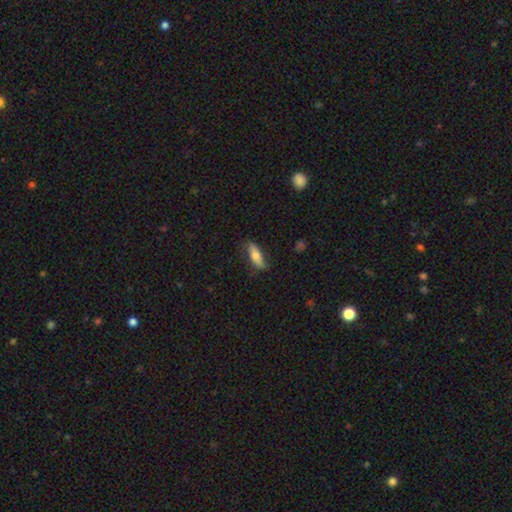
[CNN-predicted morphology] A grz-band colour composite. It shows a smooth galaxy with no disk features (64%) that is in between round and cigar-shaped (56%). Merging: none (75%).